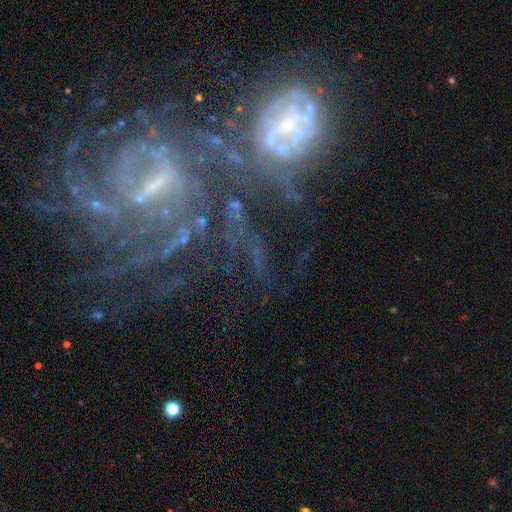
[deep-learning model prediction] The model was most divided on "bar": strong: 43%, weak: 33%, no: 24%. Remaining: edge-on disk — no (92%); spiral arms — yes (86%); smooth or featured — featured or disk (70%); spiral winding — tight (60%); bulge size — small (53%); merging — none (49%); spiral arm count — can't tell (35%).